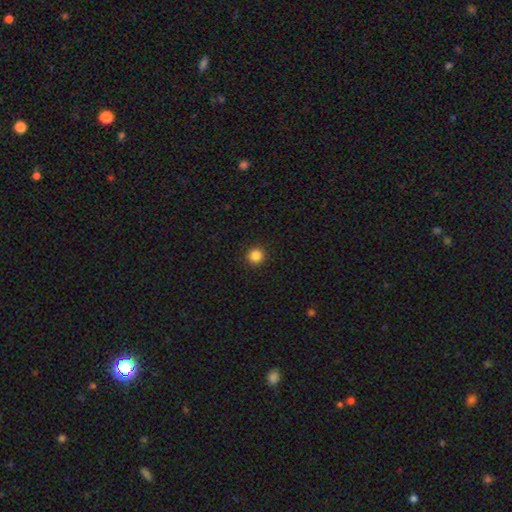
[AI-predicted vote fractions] A smooth galaxy with no disk features (86%) that is round (95%). Merging: none (93%).